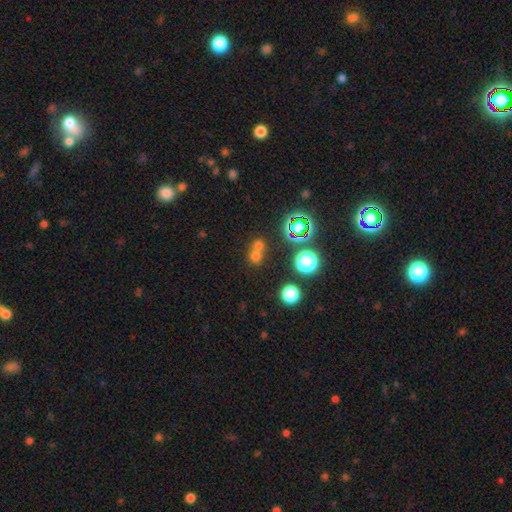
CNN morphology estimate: type=smooth (61%); roundness=round (82%); merging=merger (47%).